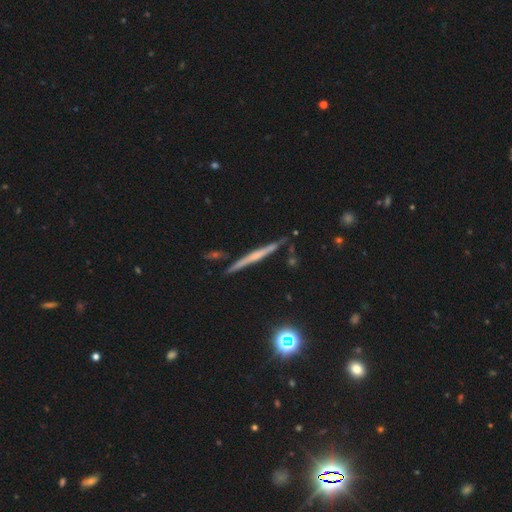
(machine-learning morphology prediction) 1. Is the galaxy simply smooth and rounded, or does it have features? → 64% featured or disk, 27% smooth, 9% star or artifact.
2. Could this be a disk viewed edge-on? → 97% yes, 3% no.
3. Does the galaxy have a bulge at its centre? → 52% none, 36% rounded, 12% boxy.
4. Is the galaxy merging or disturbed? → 86% none, 10% minor disturbance, 3% merger, 2% major disturbance.